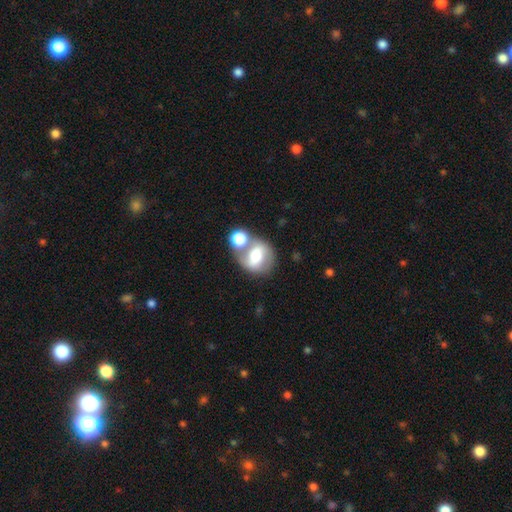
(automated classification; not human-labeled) featured or disk 46%, smooth 45%, star or artifact 9%. Down the decision tree: merging — none (46%).